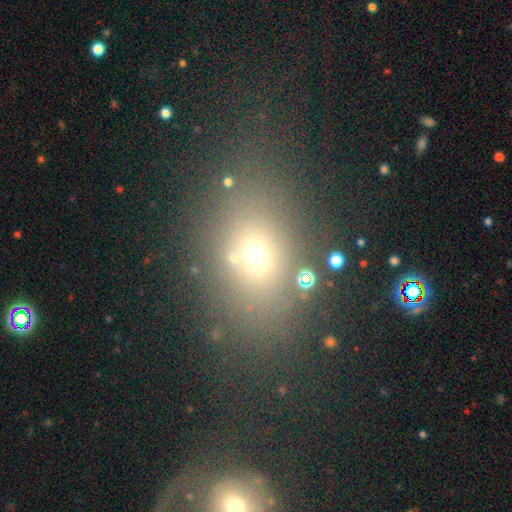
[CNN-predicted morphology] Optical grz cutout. It shows a smooth galaxy with no disk features (53%) that is in between round and cigar-shaped (57%). Merging: none (66%).